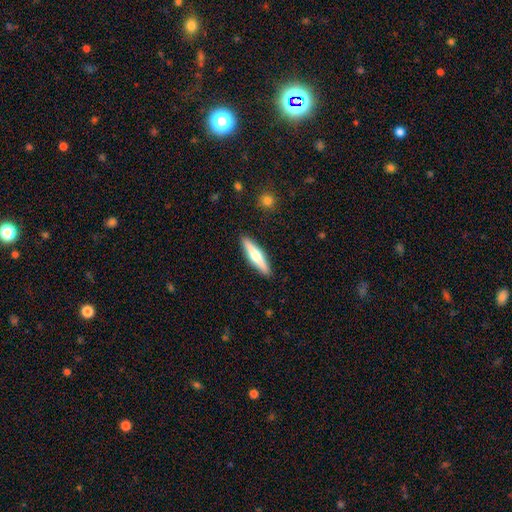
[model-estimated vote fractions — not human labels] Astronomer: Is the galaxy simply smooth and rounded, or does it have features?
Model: smooth — 48% (runner-up: featured or disk, 47%).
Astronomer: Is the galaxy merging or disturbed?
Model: none — 90%.